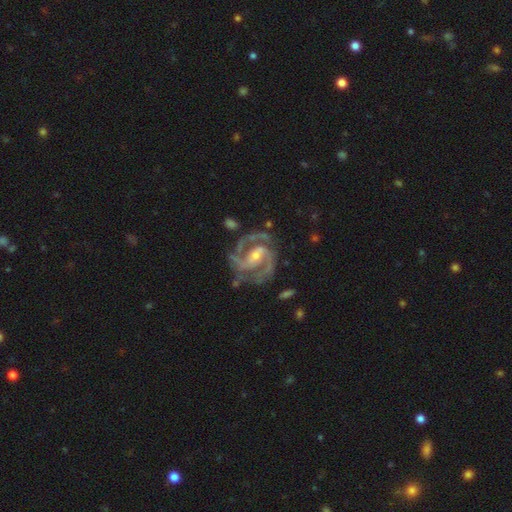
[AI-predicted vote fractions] A featured or disk galaxy (93%) with a weak bar (41%), 2 (72%) medium (56%) spiral arms (99%) and a small central bulge (62%).

Vote fractions:
- Smooth or featured? featured or disk: 93% / star or artifact: 4% / smooth: 2%
- Edge-on disk? no: 98% / yes: 2%
- Bar? weak: 41% / no: 30% / strong: 29%
- Spiral arms? yes: 99% / no: 1%
- Spiral winding? medium: 56% / tight: 37% / loose: 7%
- Spiral arm count? 2: 72% / 3: 18% / can't tell: 3% / 4: 3% / 1: 2% / more than 4: 2%
- Bulge size? small: 62% / moderate: 33% / none: 2% / large: 2% / dominant: 1%
- Merging? none: 72% / minor disturbance: 18% / major disturbance: 8% / merger: 2%